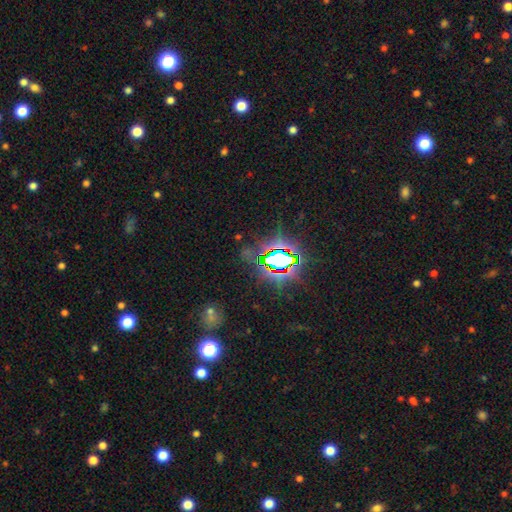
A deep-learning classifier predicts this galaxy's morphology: The model was most divided on "smooth or featured": star or artifact: 82%, smooth: 10%, featured or disk: 8%.